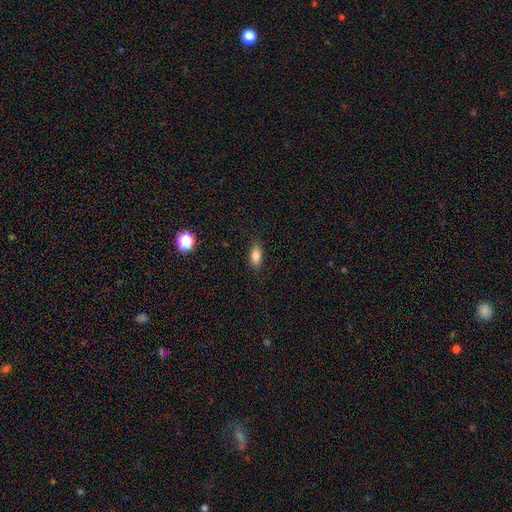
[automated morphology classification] Smooth or featured? Predicted: smooth (p=0.83). How rounded? Predicted: in between (p=0.83). Merging? Predicted: none (p=0.84).